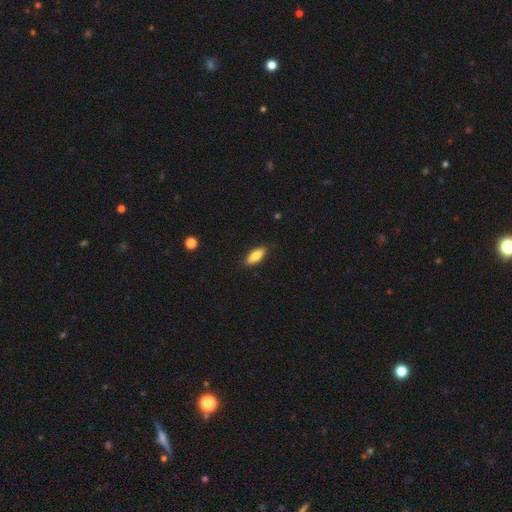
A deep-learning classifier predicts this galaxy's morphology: Overall: smooth (79%). How rounded: in between (74%). Merging: none (87%).